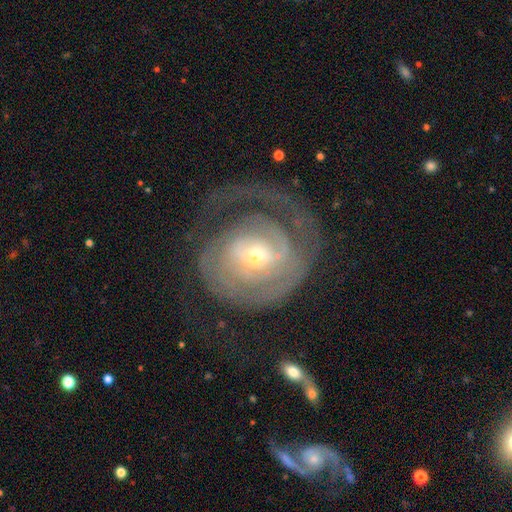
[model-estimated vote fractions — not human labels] A featured or disk galaxy (84%) with no bar (51%), 2 (30%) tight (66%) spiral arms (91%) and a small central bulge (61%).

Vote fractions:
- Smooth or featured? featured or disk: 84% / smooth: 10% / star or artifact: 5%
- Edge-on disk? no: 97% / yes: 3%
- Bar? no: 51% / weak: 37% / strong: 12%
- Spiral arms? yes: 91% / no: 9%
- Spiral winding? tight: 66% / medium: 24% / loose: 10%
- Spiral arm count? 2: 30% / 1: 28% / can't tell: 26% / 3: 8% / 4: 4% / more than 4: 4%
- Bulge size? small: 61% / moderate: 34% / large: 3% / none: 1% / dominant: 1%
- Merging? none: 54% / major disturbance: 29% / minor disturbance: 15% / merger: 2%